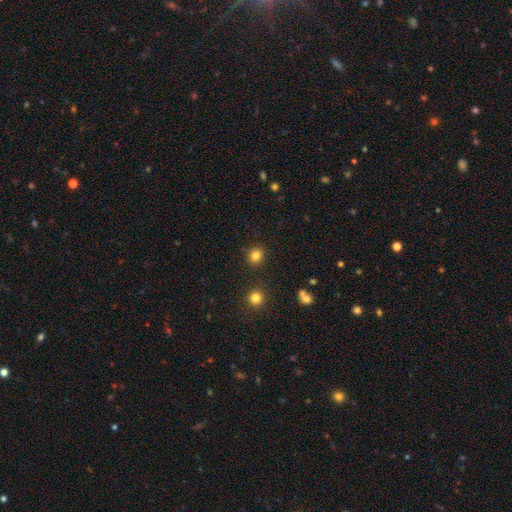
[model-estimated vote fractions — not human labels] Smooth or featured: smooth — 82% (star or artifact — 13%)
How rounded: round — 82% (in between — 17%)
Merging: none — 89% (minor disturbance — 7%)